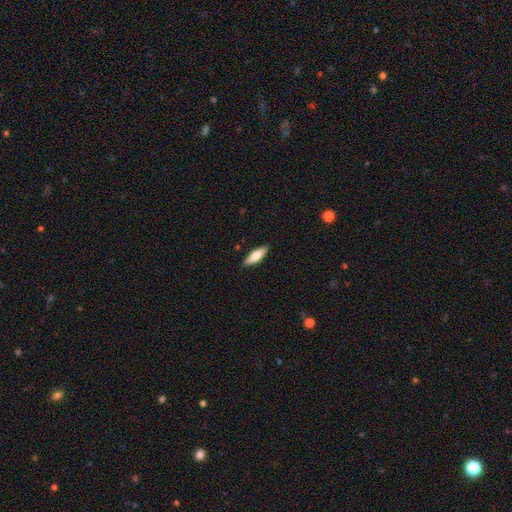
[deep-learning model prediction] Smooth or featured? smooth (69%)
How rounded? in between (51%)
Merging? none (87%)